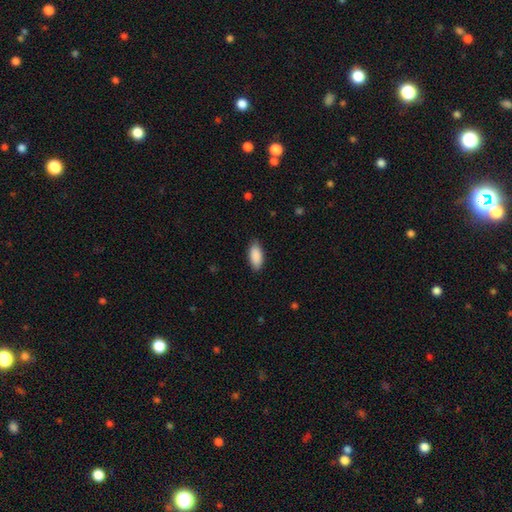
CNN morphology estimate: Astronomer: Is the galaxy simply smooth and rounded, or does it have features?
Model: smooth — 90%.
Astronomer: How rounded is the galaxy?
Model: in between — 88%.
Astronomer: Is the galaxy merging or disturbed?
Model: none — 86%.